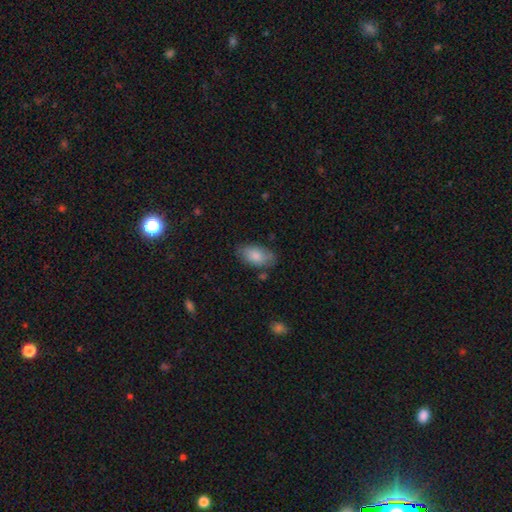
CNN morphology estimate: Q: Smooth or featured?
A: smooth (84%); runner-up: featured or disk (9%)
Q: How rounded?
A: in between (94%); runner-up: round (4%)
Q: Merging?
A: none (75%); runner-up: minor disturbance (18%)